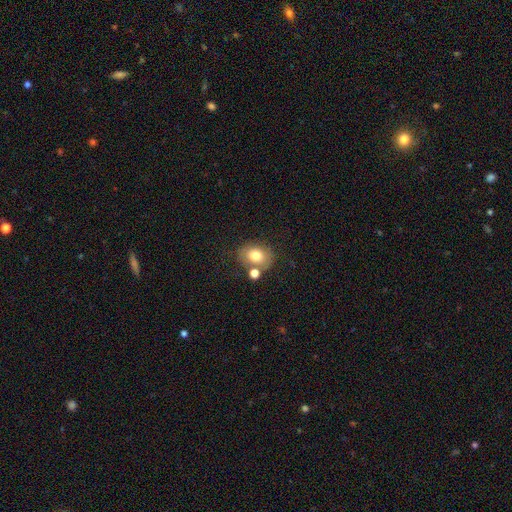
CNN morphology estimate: This is likely a smooth galaxy (77%). How rounded: possibly in between (58%). Merging: likely none (62%).